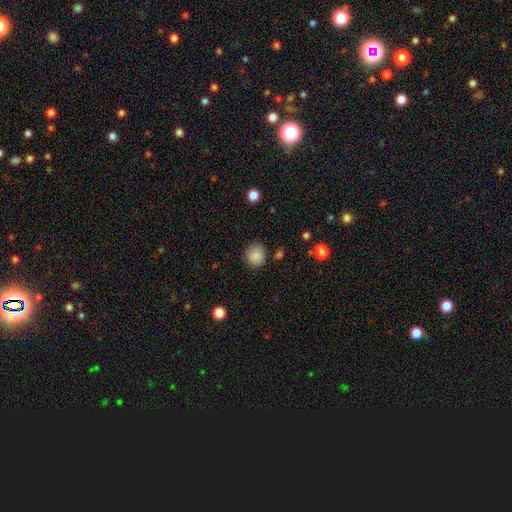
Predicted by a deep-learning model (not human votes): smooth 86%, star or artifact 10%, featured or disk 4%. Down the decision tree: how rounded — round (84%); merging — none (80%).